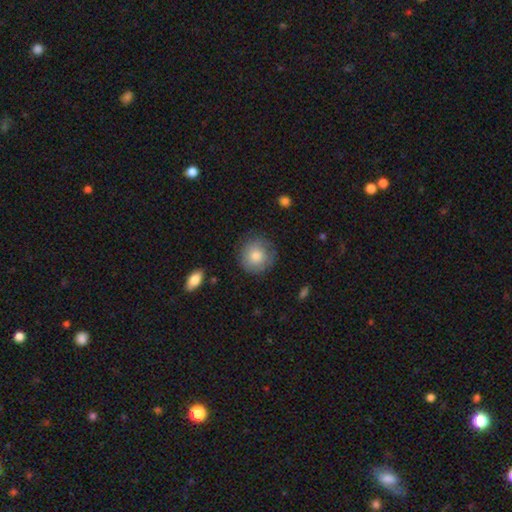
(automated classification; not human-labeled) Smooth or featured? Predicted: smooth (p=0.77). How rounded? Predicted: round (p=0.92). Merging? Predicted: none (p=0.80).